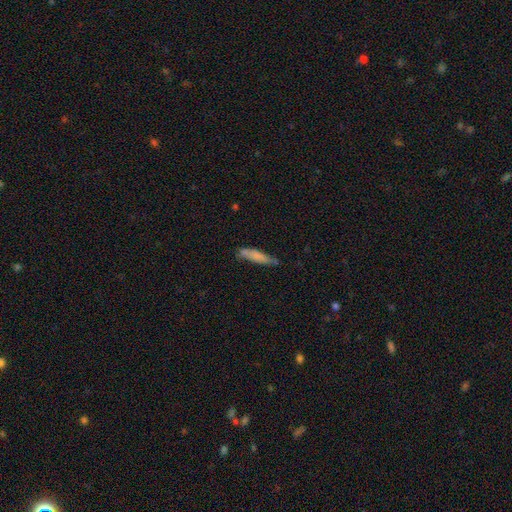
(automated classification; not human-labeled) Overall: smooth (76%). How rounded: cigar-shaped (82%). Merging: none (67%).